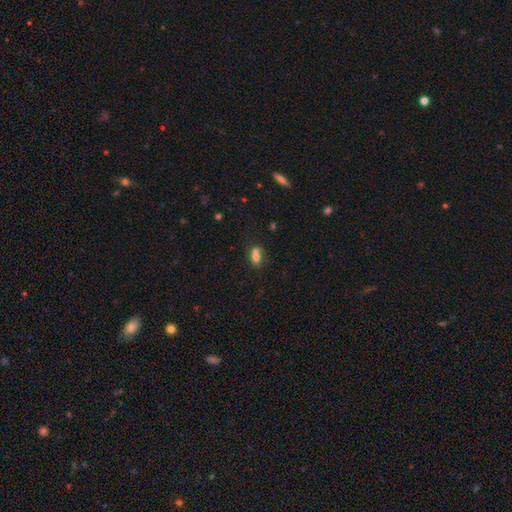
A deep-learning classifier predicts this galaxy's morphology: A smooth galaxy with no disk features (70%) that is in between round and cigar-shaped (58%). Merging: merger (60%).